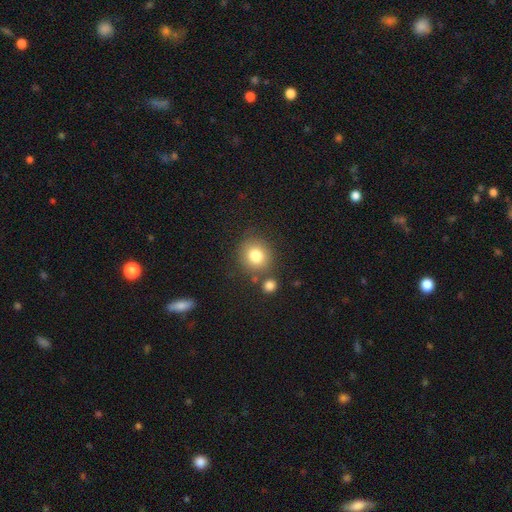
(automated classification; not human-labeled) Morphology: type=smooth (80%); roundness=round (85%); merging=none (76%).